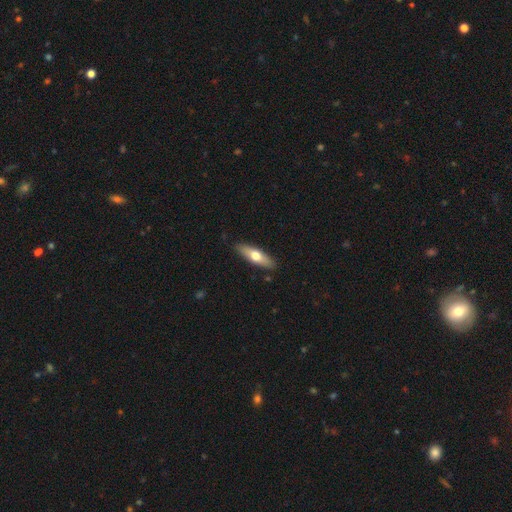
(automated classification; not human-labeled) smooth_or_featured: smooth (p=0.58) [alt: featured or disk p=0.36]
how_rounded: cigar-shaped (p=0.55) [alt: in between p=0.42]
merging: none (p=0.88) [alt: minor disturbance p=0.09]